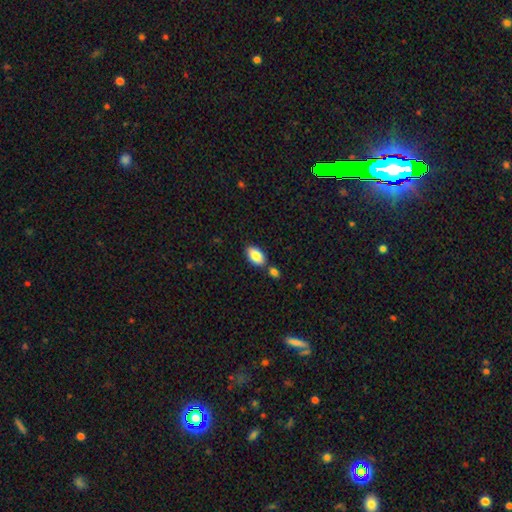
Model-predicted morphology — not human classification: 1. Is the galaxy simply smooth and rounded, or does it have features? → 85% smooth, 8% featured or disk, 7% star or artifact.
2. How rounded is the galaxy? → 94% in between, 5% round, 2% cigar-shaped.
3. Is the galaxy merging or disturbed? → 73% none, 13% merger, 11% minor disturbance, 2% major disturbance.